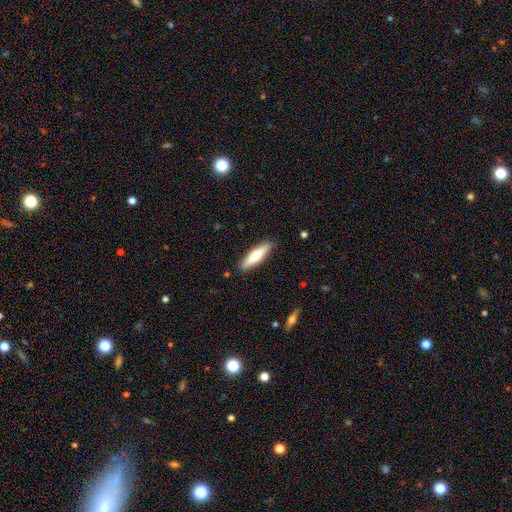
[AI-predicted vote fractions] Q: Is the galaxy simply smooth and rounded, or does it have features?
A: smooth — 53%.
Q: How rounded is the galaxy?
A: cigar-shaped — 69%.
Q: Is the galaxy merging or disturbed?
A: none — 90%.